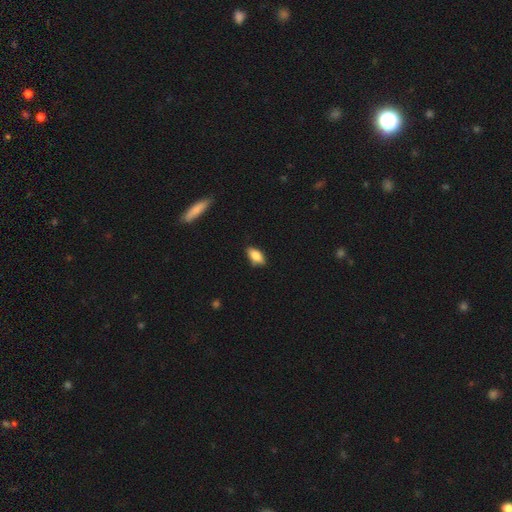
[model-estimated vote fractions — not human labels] The model was most divided on "merging": none: 81%, minor disturbance: 15%, major disturbance: 2%, merger: 2%. More confident: how rounded — in between (88%); smooth or featured — smooth (82%).